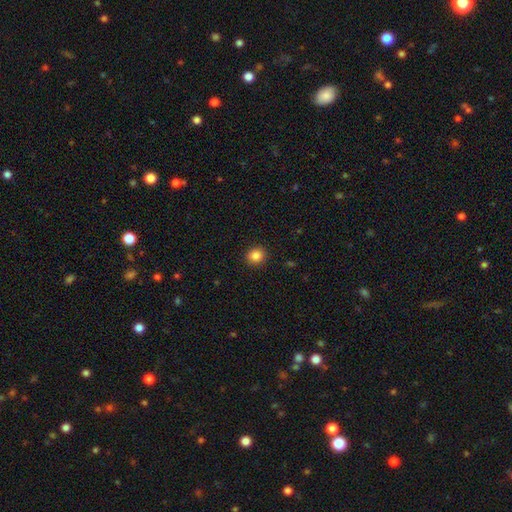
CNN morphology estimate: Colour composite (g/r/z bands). It shows a smooth galaxy with no disk features (85%) that is round (89%). Merging: none (92%).